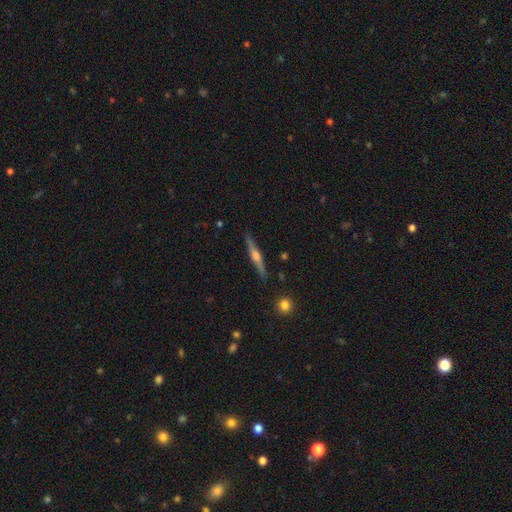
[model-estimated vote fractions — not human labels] Morphology: type=featured or disk (77%); edge-on=yes (98%); edge-on bulge=rounded (88%); merging=none (90%).